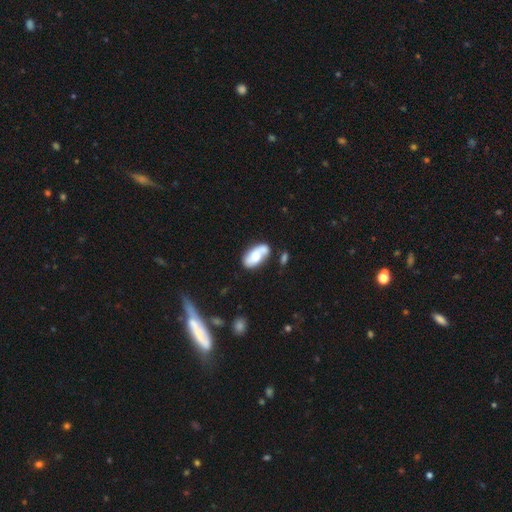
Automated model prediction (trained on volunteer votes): This appears to be a smooth galaxy with no disk features (51%) that is in between round and cigar-shaped (92%). Merging: none (54%).